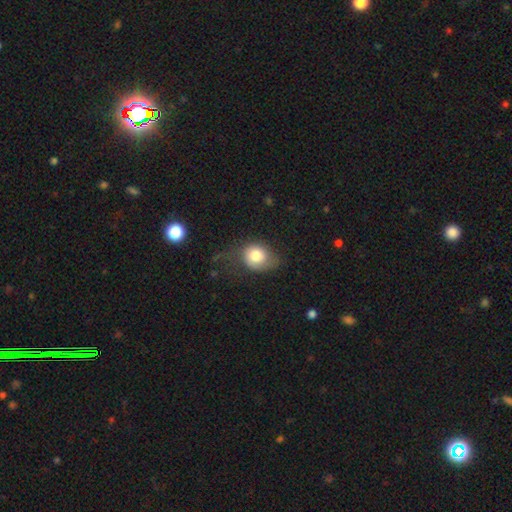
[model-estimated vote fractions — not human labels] The model was most divided on "merging": none: 41%, minor disturbance: 32%, major disturbance: 25%, merger: 2%. More confident: smooth or featured — smooth (77%); how rounded — round (55%).